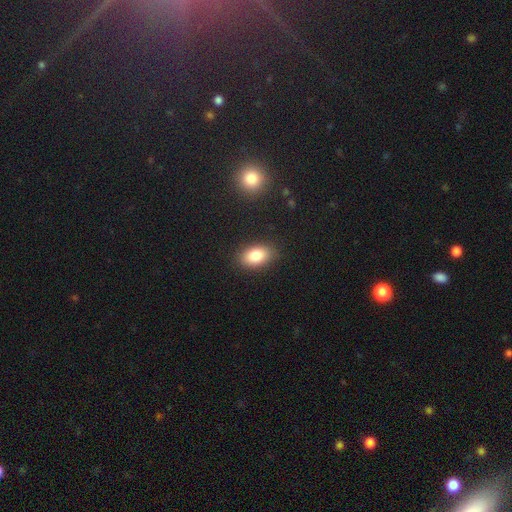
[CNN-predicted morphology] This is clearly a smooth galaxy (83%). How rounded: clearly in between (89%). Merging: clearly none (87%).